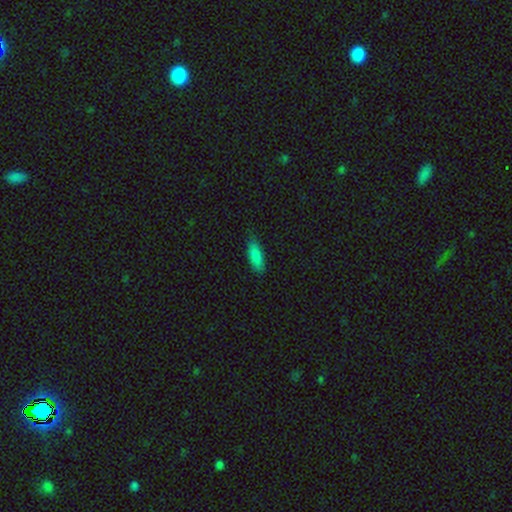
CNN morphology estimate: Smooth or featured?
  - smooth: 86% *
  - star or artifact: 7%
  - featured or disk: 7%
How rounded?
  - in between: 64% *
  - cigar-shaped: 34%
  - round: 2%
Merging?
  - none: 84% *
  - minor disturbance: 13%
  - major disturbance: 2%
  - merger: 1%